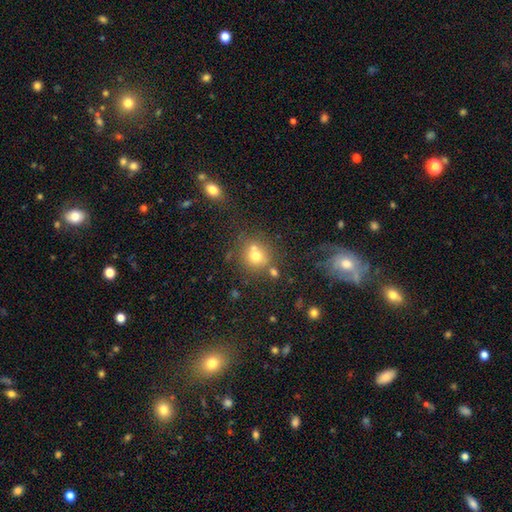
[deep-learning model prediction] Smooth or featured? smooth (69%)
How rounded? round (83%)
Merging? none (57%)